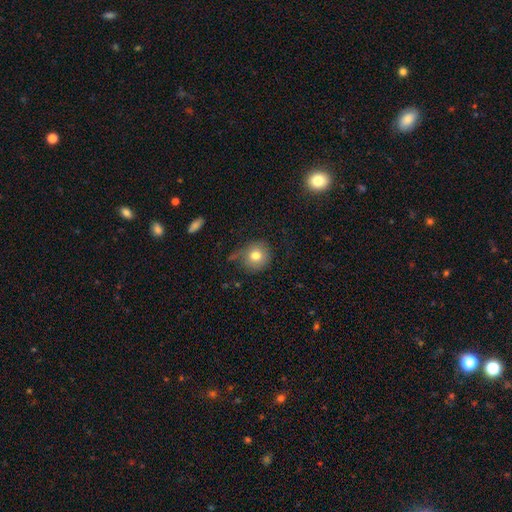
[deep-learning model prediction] This appears to be a smooth galaxy with no disk features (77%) that is round (90%). Merging: none (68%).